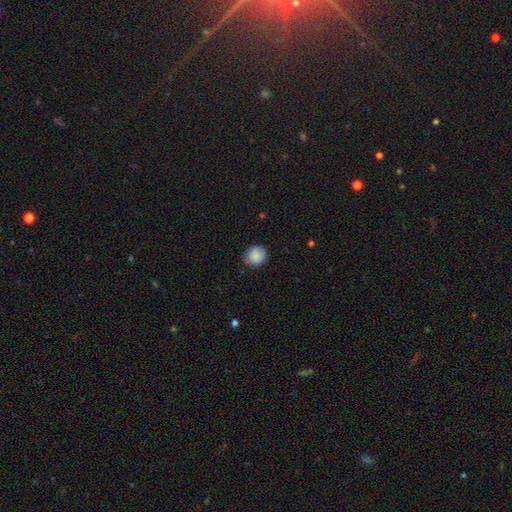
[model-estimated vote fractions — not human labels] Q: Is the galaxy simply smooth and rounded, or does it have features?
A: smooth — 86%.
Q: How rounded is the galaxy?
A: round — 79%.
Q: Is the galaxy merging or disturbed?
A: none — 79%.